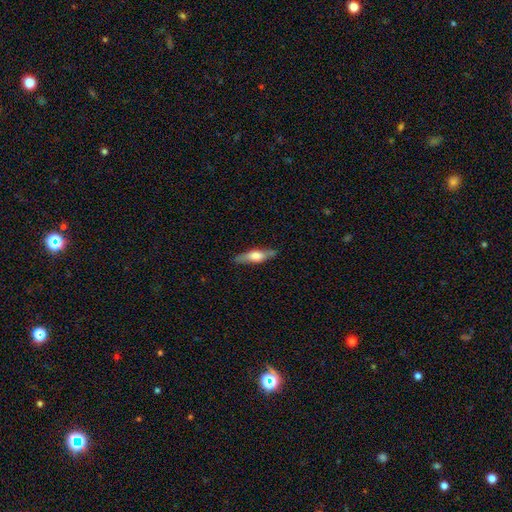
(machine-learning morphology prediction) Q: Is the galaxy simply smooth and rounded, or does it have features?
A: smooth — 49%.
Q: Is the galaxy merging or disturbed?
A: none — 81%.